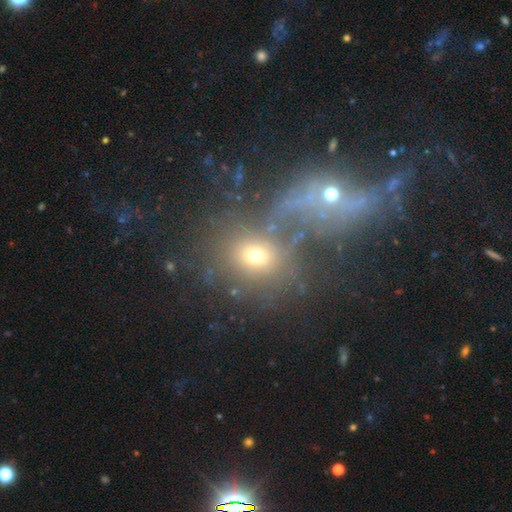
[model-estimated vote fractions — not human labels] This is possibly a smooth galaxy (58%). How rounded: likely round (63%). Merging: marginally none (41%).